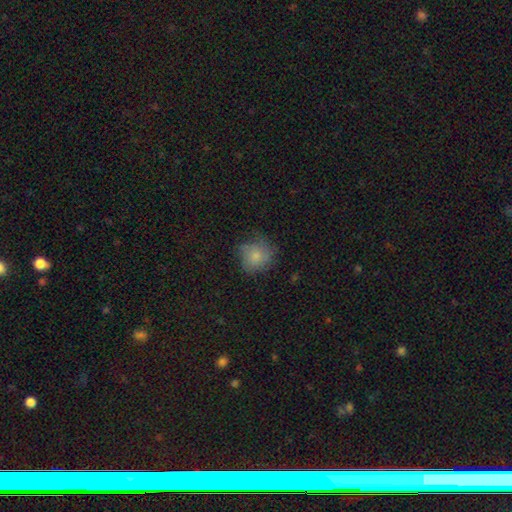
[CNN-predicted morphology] Smooth or featured?
  - smooth: 73% *
  - featured or disk: 17%
  - star or artifact: 10%
How rounded?
  - round: 82% *
  - in between: 17%
  - cigar-shaped: 1%
Merging?
  - none: 58% *
  - minor disturbance: 28%
  - major disturbance: 13%
  - merger: 1%